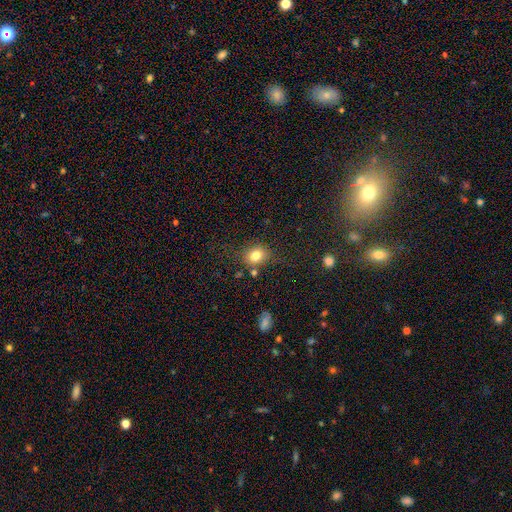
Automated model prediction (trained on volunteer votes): Smooth or featured? smooth (79%)
How rounded? round (65%)
Merging? none (72%)